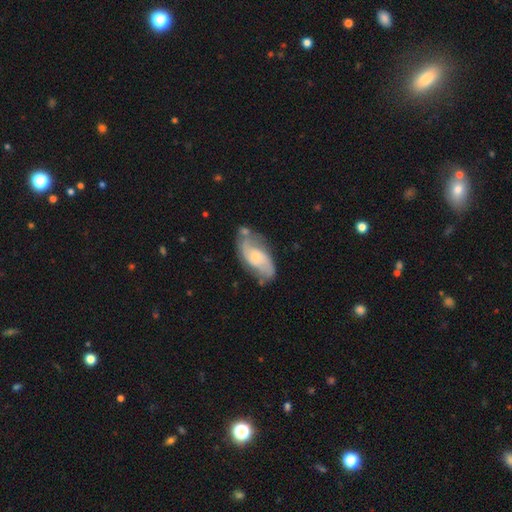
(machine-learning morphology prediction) A featured or disk galaxy (75%) with no bar (60%), 2 (83%) medium (46%) spiral arms (93%) and a small central bulge (63%).

Vote fractions:
- Smooth or featured? featured or disk: 75% / smooth: 19% / star or artifact: 6%
- Edge-on disk? no: 95% / yes: 5%
- Bar? no: 60% / weak: 34% / strong: 6%
- Spiral arms? yes: 93% / no: 7%
- Spiral winding? medium: 46% / loose: 31% / tight: 23%
- Spiral arm count? 2: 83% / can't tell: 10% / 3: 3% / 1: 2% / 4: 1% / more than 4: 1%
- Bulge size? small: 63% / moderate: 30% / none: 4% / large: 2% / dominant: 1%
- Merging? none: 60% / minor disturbance: 23% / major disturbance: 9% / merger: 8%